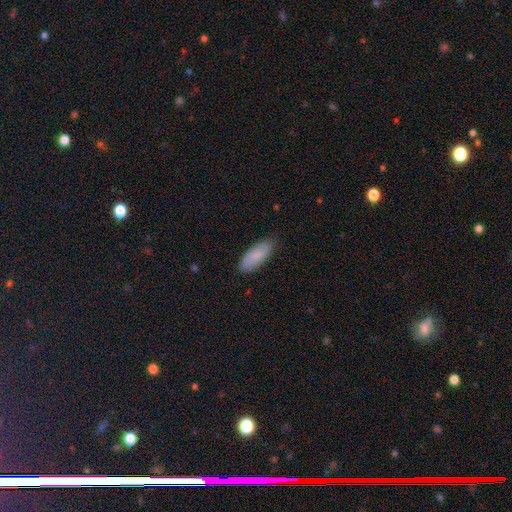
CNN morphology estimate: The model was most divided on "how rounded": in between: 78%, cigar-shaped: 21%, round: 2%. More confident: smooth or featured — smooth (84%); merging — none (83%).